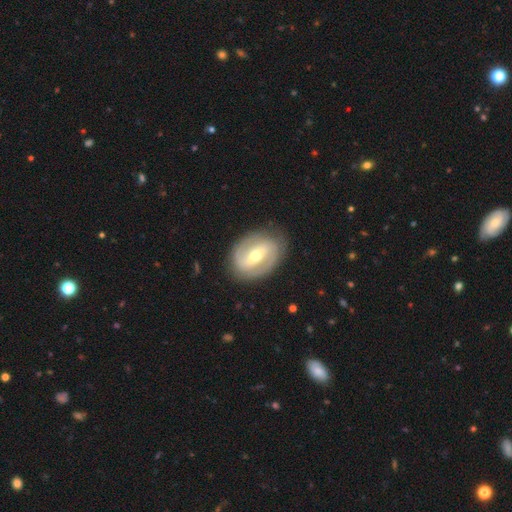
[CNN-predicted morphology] The model was most divided on "spiral winding": tight: 43%, medium: 40%, loose: 16%. Remaining: edge-on disk — no (95%); spiral arms — yes (83%); spiral arm count — 2 (83%); merging — none (83%); smooth or featured — featured or disk (81%); bulge size — moderate (54%); bar — strong (50%).